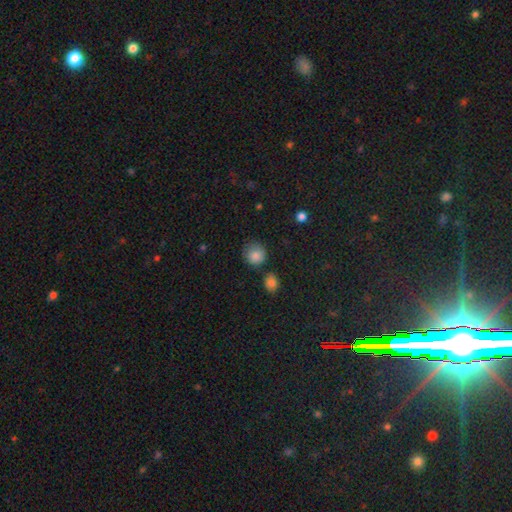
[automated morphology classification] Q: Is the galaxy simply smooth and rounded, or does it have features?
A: smooth — 85%.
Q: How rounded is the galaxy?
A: round — 89%.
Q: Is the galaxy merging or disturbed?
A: none — 74%.